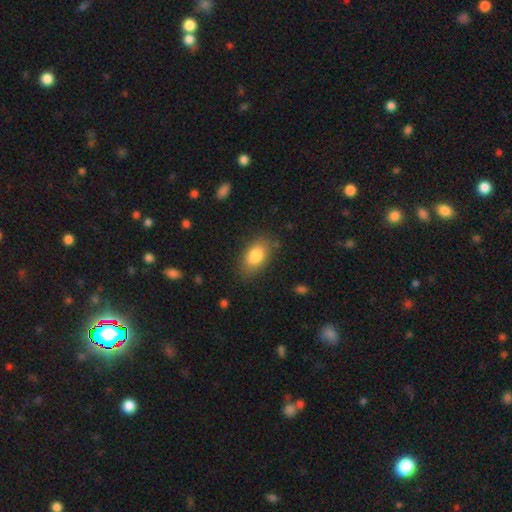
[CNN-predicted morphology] type=smooth (83%); roundness=in between (91%); merging=none (81%).